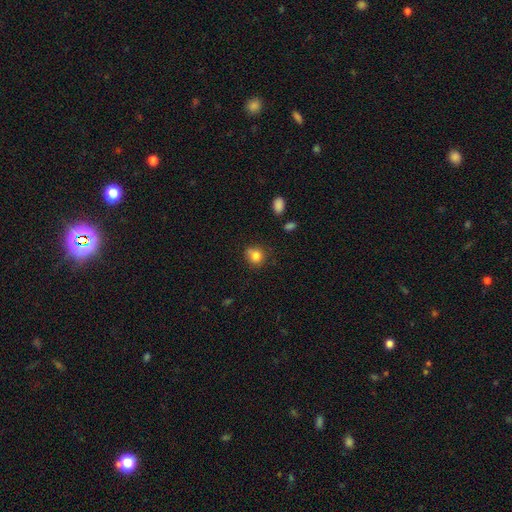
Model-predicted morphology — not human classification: A smooth galaxy with no disk features (81%) that is round (76%). Merging: none (64%).